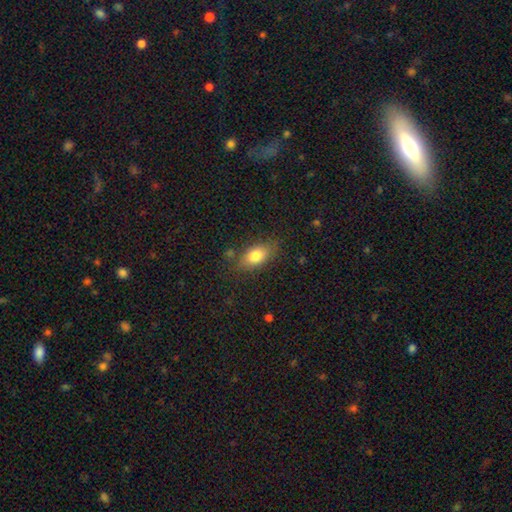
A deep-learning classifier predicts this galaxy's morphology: Smooth or featured: smooth — 80% (featured or disk — 12%)
How rounded: in between — 85% (round — 9%)
Merging: none — 78% (minor disturbance — 16%)